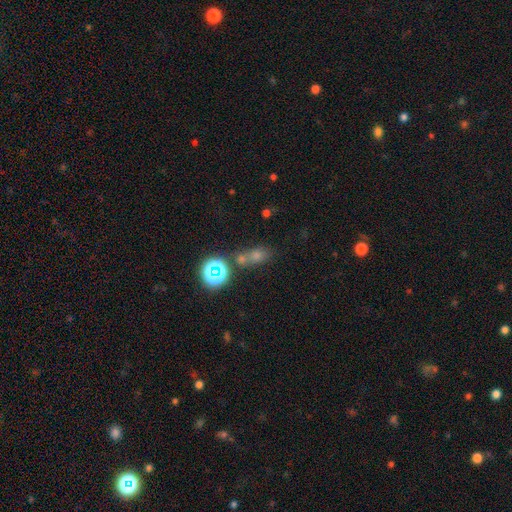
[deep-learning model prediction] Smooth or featured?
  - smooth: 45% *
  - star or artifact: 44%
  - featured or disk: 12%
Merging?
  - none: 59% *
  - merger: 20%
  - minor disturbance: 14%
  - major disturbance: 7%